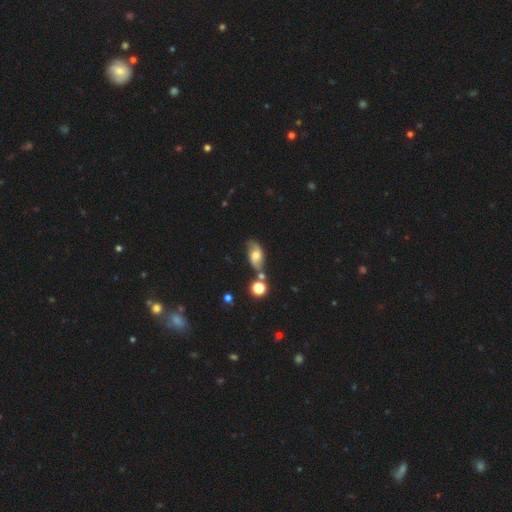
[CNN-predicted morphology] A featured or disk galaxy (54%).

Vote fractions:
- Smooth or featured? featured or disk: 54% / smooth: 36% / star or artifact: 10%
- Edge-on disk? no: 89% / yes: 11%
- Merging? none: 61% / minor disturbance: 20% / merger: 13% / major disturbance: 7%